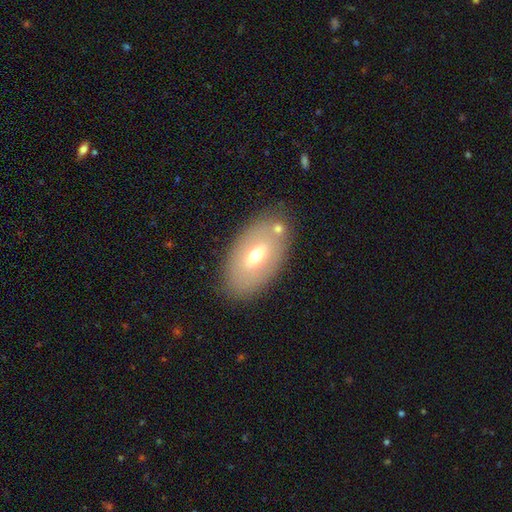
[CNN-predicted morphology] Q: Smooth or featured?
A: smooth (56%); runner-up: featured or disk (36%)
Q: How rounded?
A: in between (92%); runner-up: round (5%)
Q: Merging?
A: none (78%); runner-up: minor disturbance (12%)